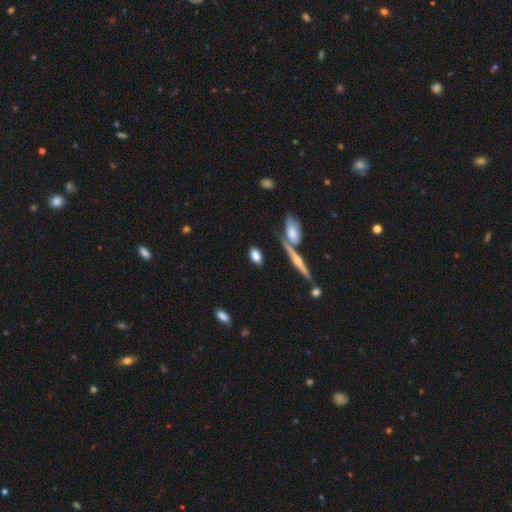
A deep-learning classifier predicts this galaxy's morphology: This appears to be a smooth galaxy with no disk features (75%) that is in between round and cigar-shaped (80%). Merging: none (77%).